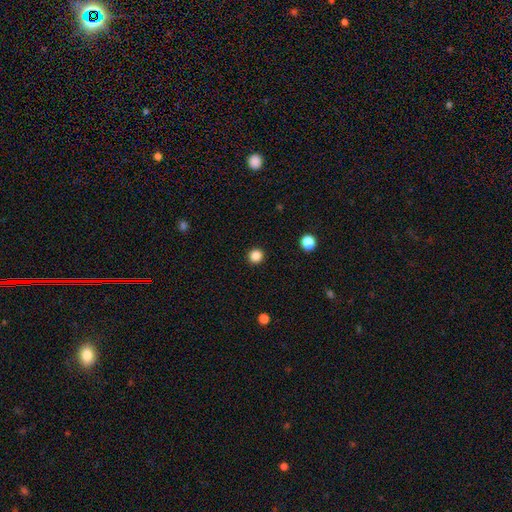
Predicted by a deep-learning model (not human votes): The model was most divided on "smooth or featured": smooth: 85%, star or artifact: 12%, featured or disk: 3%. More confident: how rounded — round (94%); merging — none (93%).